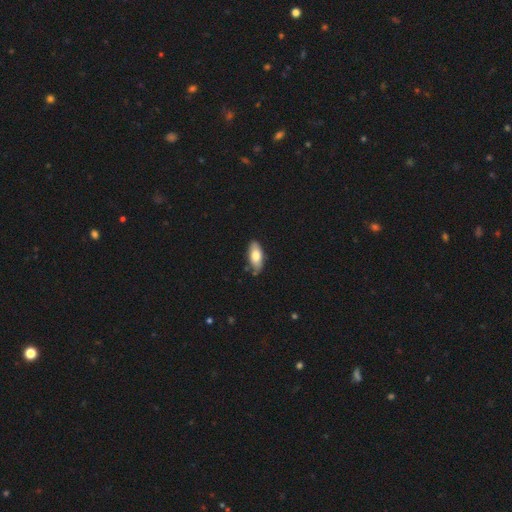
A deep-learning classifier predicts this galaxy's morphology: Overall: smooth (75%). How rounded: in between (87%). Merging: none (80%).